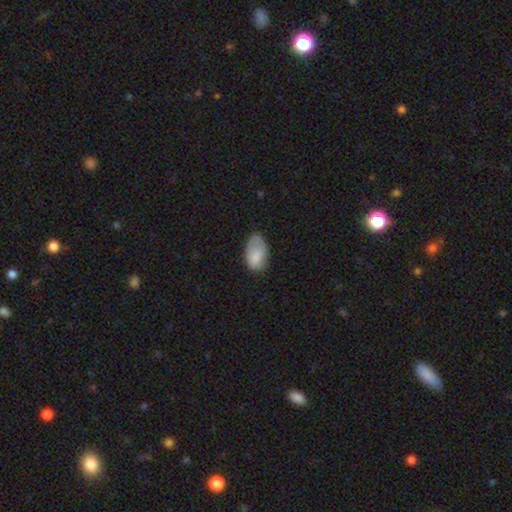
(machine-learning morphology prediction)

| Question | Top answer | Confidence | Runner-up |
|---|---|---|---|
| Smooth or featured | smooth | 81% | featured or disk (12%) |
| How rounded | in between | 92% | round (6%) |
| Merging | none | 49% | minor disturbance (35%) |